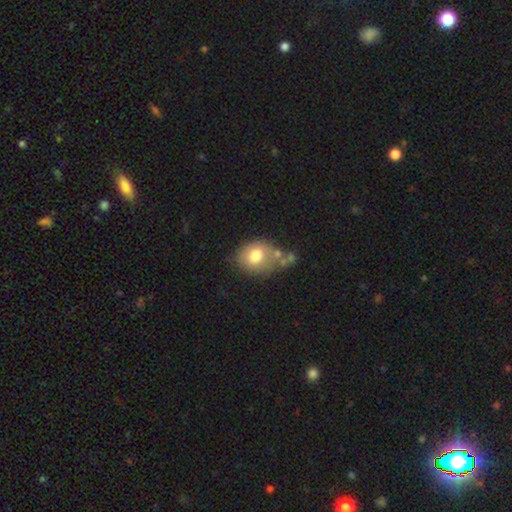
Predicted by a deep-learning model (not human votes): Morphology: type=smooth (72%); roundness=in between (54%); merging=none (43%).